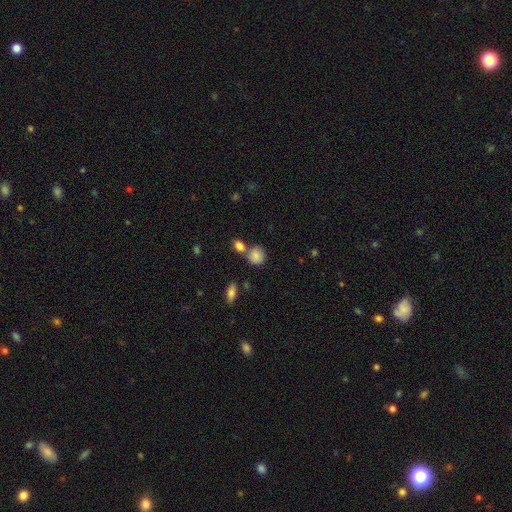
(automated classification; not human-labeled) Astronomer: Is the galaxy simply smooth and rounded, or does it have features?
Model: smooth — 85%.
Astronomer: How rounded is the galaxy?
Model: round — 76%.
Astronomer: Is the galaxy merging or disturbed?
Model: none — 54%.